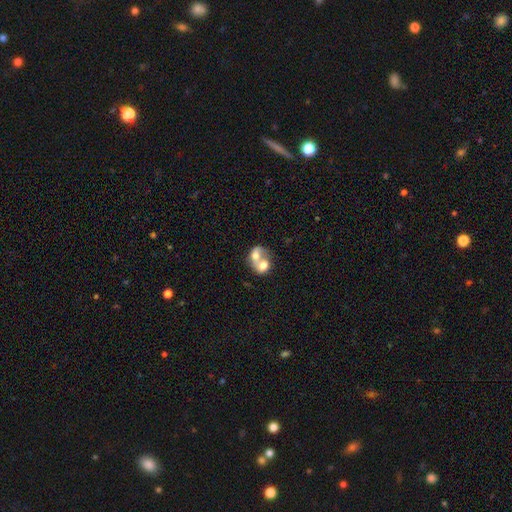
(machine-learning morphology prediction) Smooth or featured?
  - smooth: 61% *
  - featured or disk: 32%
  - star or artifact: 7%
How rounded?
  - in between: 50% *
  - round: 49%
  - cigar-shaped: 1%
Merging?
  - merger: 81% *
  - none: 10%
  - minor disturbance: 4%
  - major disturbance: 4%